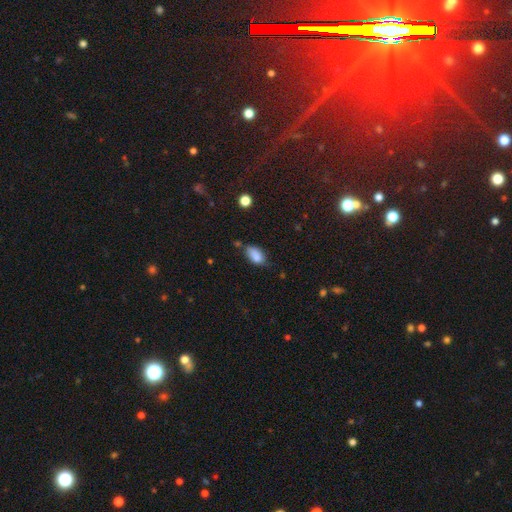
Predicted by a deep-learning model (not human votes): A smooth galaxy with no disk features (85%) that is in between round and cigar-shaped (91%).

Vote fractions:
- Smooth or featured? smooth: 85% / star or artifact: 9% / featured or disk: 7%
- How rounded? in between: 91% / round: 6% / cigar-shaped: 3%
- Merging? none: 52% / minor disturbance: 34% / major disturbance: 7% / merger: 6%